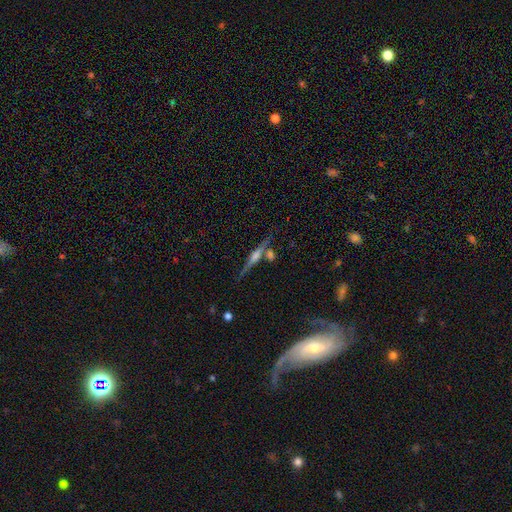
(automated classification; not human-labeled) featured or disk 76%, smooth 16%, star or artifact 8%. Down the decision tree: edge-on disk — yes (97%); edge-on bulge — rounded (75%); merging — none (75%).